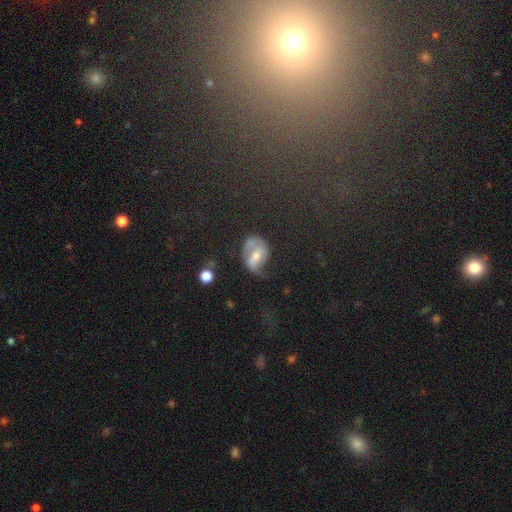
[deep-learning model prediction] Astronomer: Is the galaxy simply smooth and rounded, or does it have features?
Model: featured or disk — 54% (runner-up: smooth, 31%).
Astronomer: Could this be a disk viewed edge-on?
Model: no — 96%.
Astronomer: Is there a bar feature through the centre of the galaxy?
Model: weak — 41% (runner-up: no, 32%).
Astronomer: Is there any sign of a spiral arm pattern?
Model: yes — 73%.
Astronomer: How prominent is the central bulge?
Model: moderate — 52% (runner-up: small, 33%).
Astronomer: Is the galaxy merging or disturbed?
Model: none — 39% (runner-up: major disturbance, 29%).